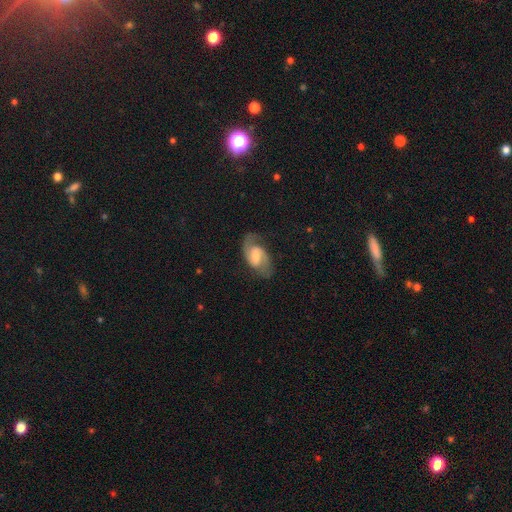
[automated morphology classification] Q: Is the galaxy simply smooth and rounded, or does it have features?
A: featured or disk — 80%.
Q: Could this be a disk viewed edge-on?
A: no — 97%.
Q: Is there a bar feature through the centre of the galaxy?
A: weak — 52%.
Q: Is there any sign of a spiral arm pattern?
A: yes — 95%.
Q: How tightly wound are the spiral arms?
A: medium — 54%.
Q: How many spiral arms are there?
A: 2 — 90%.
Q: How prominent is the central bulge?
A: moderate — 35%.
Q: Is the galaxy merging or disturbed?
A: none — 74%.